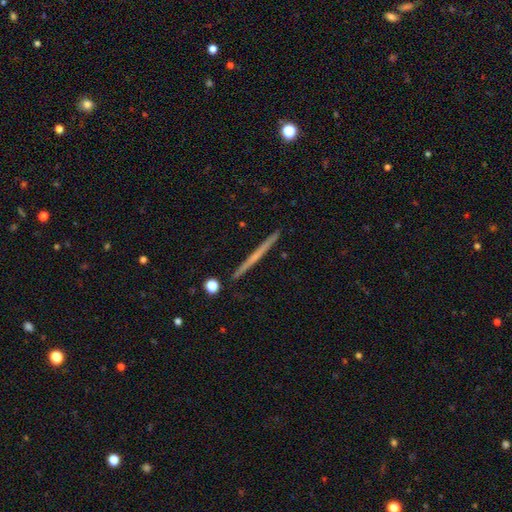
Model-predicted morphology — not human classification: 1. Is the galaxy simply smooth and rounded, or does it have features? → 61% featured or disk, 32% smooth, 6% star or artifact.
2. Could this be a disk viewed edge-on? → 98% yes, 2% no.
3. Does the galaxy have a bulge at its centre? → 79% none, 17% rounded, 4% boxy.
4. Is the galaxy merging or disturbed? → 92% none, 5% minor disturbance, 1% merger, 1% major disturbance.